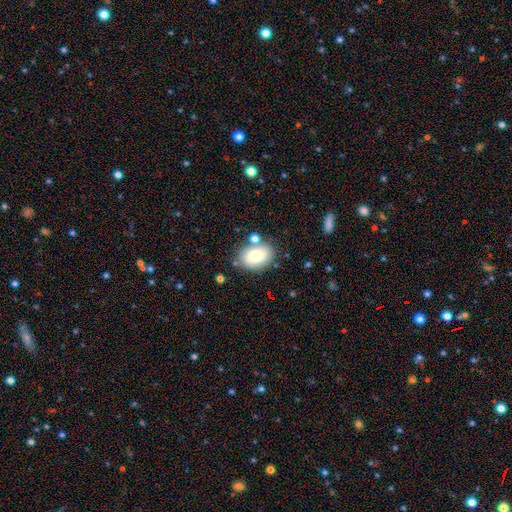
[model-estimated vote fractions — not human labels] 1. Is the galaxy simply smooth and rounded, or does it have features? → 72% smooth, 19% featured or disk, 9% star or artifact.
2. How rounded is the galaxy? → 78% in between, 21% round, 1% cigar-shaped.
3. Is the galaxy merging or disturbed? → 73% none, 14% minor disturbance, 9% merger, 4% major disturbance.